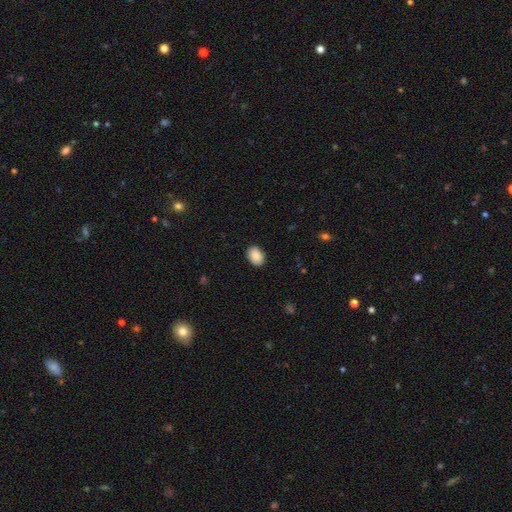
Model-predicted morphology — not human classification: Smooth or featured? smooth (90%)
How rounded? in between (72%)
Merging? none (88%)